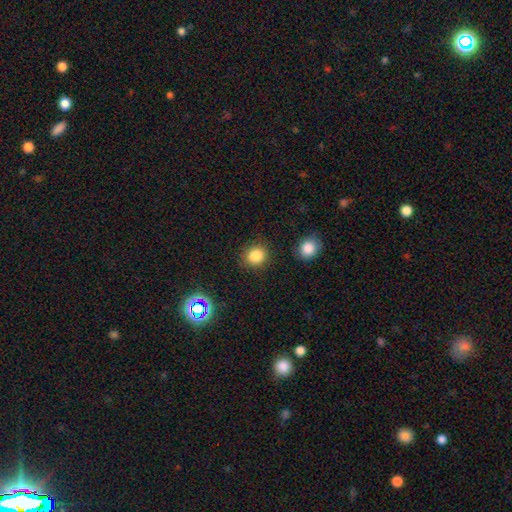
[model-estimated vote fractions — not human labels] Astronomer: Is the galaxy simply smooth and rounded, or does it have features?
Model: smooth — 84%.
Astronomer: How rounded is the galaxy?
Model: round — 83%.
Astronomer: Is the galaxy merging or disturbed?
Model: none — 85%.